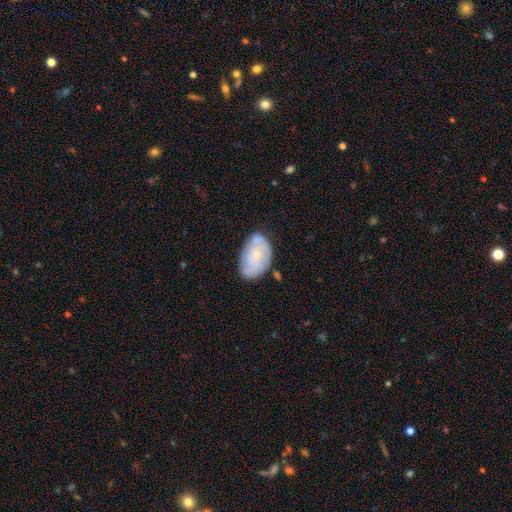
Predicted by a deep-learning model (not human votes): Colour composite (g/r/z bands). It shows a smooth galaxy with no disk features (49%). Merging: none (64%).